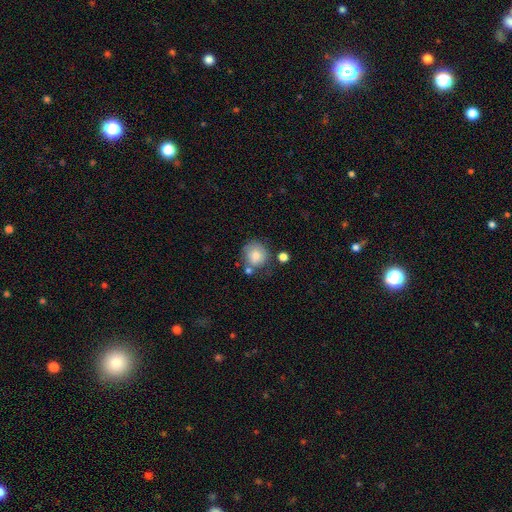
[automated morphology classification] This is clearly a smooth galaxy (81%). How rounded: clearly round (85%). Merging: possibly none (59%).